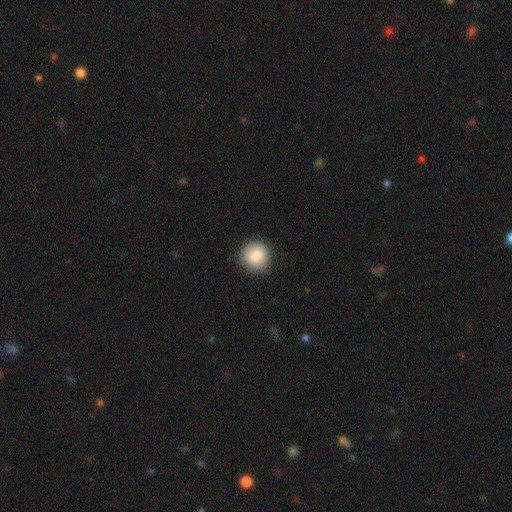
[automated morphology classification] smooth-or-featured: smooth: 85% | star or artifact: 8% | featured or disk: 7%
  how-rounded: round: 93% | in between: 6% | cigar-shaped: 1%
  merging: none: 86% | minor disturbance: 11% | major disturbance: 2% | merger: 1%